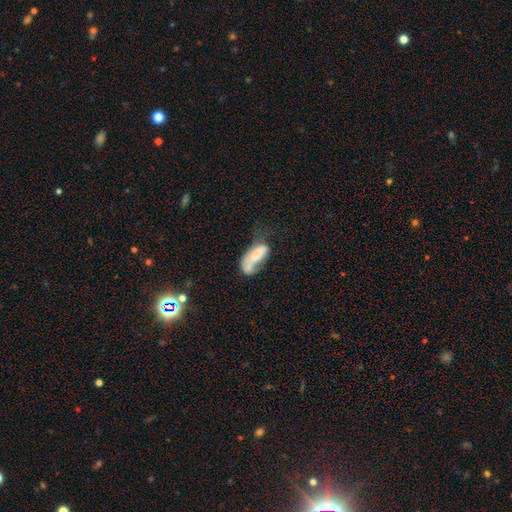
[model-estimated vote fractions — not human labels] smooth_or_featured: smooth (p=0.61) [alt: featured or disk p=0.31]
how_rounded: in between (p=0.81) [alt: cigar-shaped p=0.16]
merging: major disturbance (p=0.34) [alt: minor disturbance p=0.23]